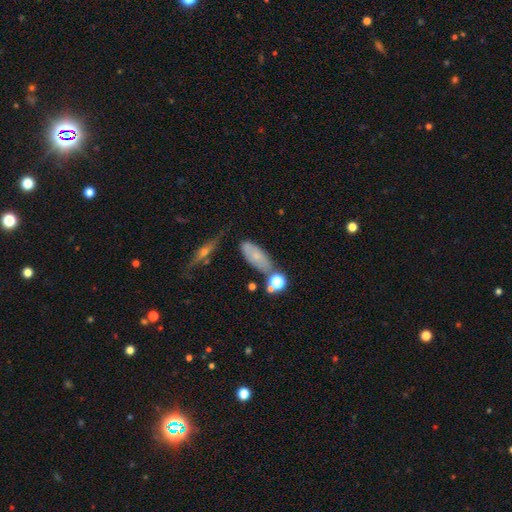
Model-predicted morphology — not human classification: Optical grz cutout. It shows a smooth galaxy with no disk features (62%) that is in between round and cigar-shaped (74%). Merging: none (58%).